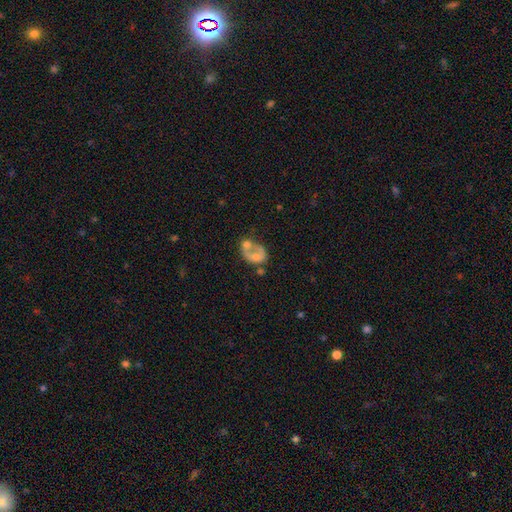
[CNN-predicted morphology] Smooth or featured? smooth (48%)
Merging? merger (44%)